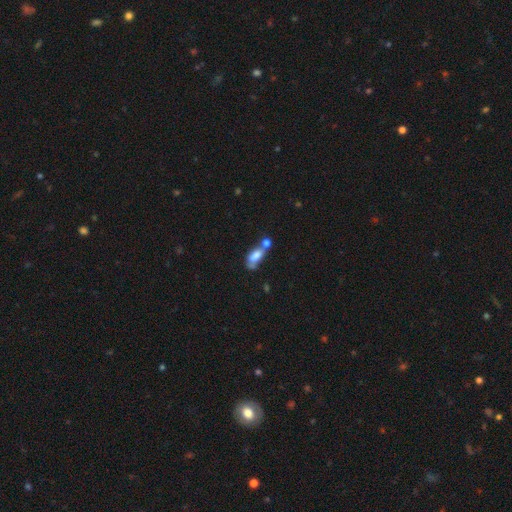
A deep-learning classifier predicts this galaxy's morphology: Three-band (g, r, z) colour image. It shows a smooth galaxy with no disk features (67%) that is in between round and cigar-shaped (82%). Merging: merger (55%).